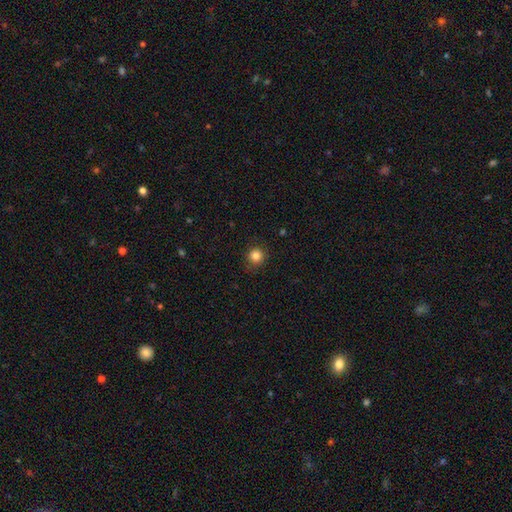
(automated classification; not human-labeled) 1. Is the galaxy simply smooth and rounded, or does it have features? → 84% smooth, 12% star or artifact, 4% featured or disk.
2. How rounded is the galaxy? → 92% round, 7% in between, 1% cigar-shaped.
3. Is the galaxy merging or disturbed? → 88% none, 9% minor disturbance, 3% major disturbance, 1% merger.